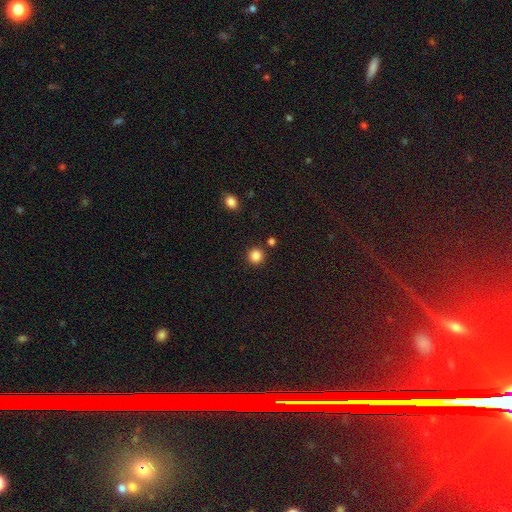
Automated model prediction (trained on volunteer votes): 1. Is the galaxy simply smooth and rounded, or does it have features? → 85% smooth, 12% star or artifact, 3% featured or disk.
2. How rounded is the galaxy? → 94% round, 5% in between, 1% cigar-shaped.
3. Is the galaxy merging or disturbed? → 88% none, 6% minor disturbance, 4% merger, 2% major disturbance.